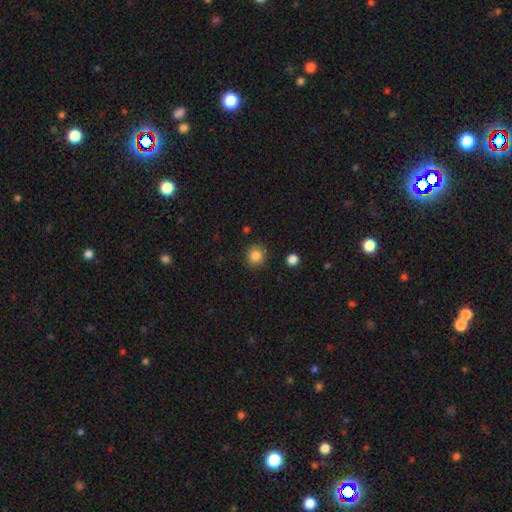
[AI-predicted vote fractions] Smooth or featured? Predicted: smooth (p=0.84). How rounded? Predicted: round (p=0.84). Merging? Predicted: none (p=0.89).